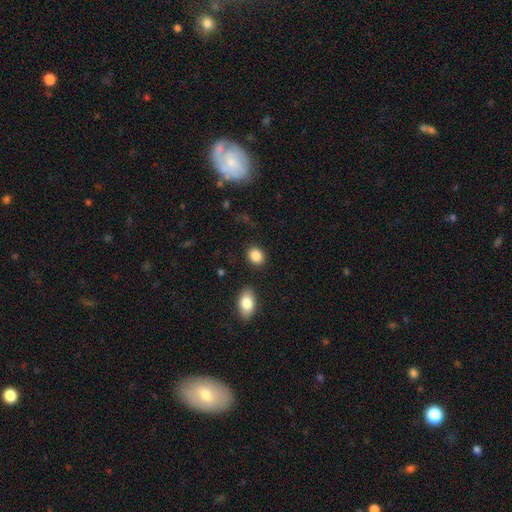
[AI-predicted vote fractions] The model was most divided on "how rounded": in between: 50%, round: 49%, cigar-shaped: 1%. More confident: smooth or featured — smooth (87%); merging — none (86%).